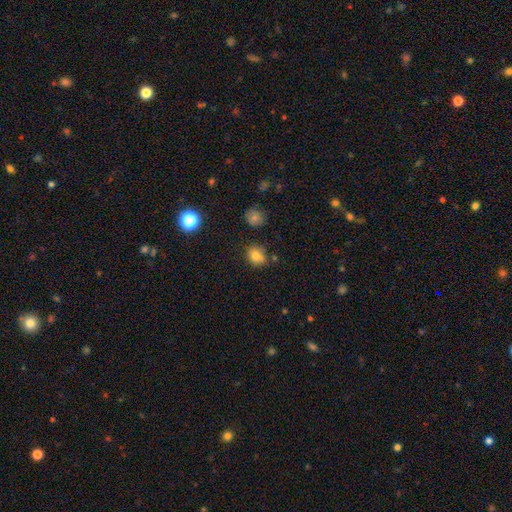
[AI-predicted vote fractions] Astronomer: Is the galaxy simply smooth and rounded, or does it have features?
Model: smooth — 77%.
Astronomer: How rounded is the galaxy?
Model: round — 62%.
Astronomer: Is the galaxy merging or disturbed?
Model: none — 66%.